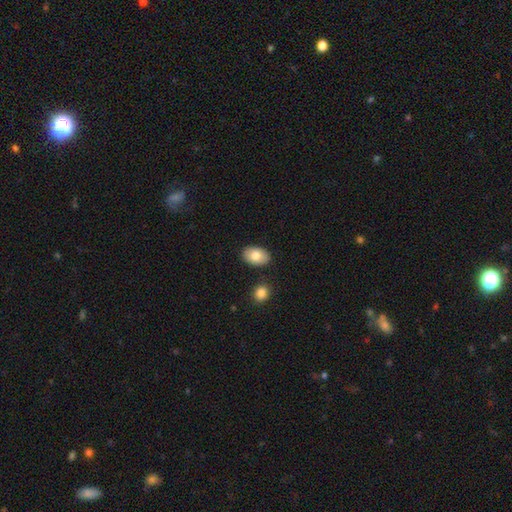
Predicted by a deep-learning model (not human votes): Overall: smooth (81%). How rounded: in between (88%). Merging: none (86%).